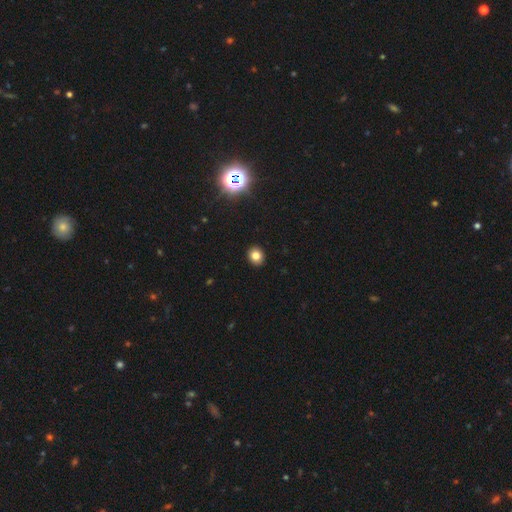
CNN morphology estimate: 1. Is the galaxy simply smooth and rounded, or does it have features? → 80% smooth, 13% star or artifact, 7% featured or disk.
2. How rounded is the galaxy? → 72% round, 27% in between, 1% cigar-shaped.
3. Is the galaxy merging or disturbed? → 92% none, 5% minor disturbance, 2% major disturbance, 1% merger.